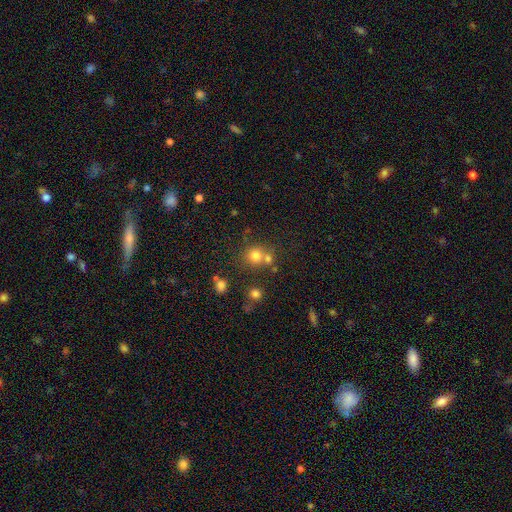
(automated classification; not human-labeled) smooth-or-featured: smooth: 76% | star or artifact: 16% | featured or disk: 9%
  how-rounded: round: 86% | in between: 13% | cigar-shaped: 1%
  merging: none: 56% | merger: 32% | minor disturbance: 8% | major disturbance: 4%